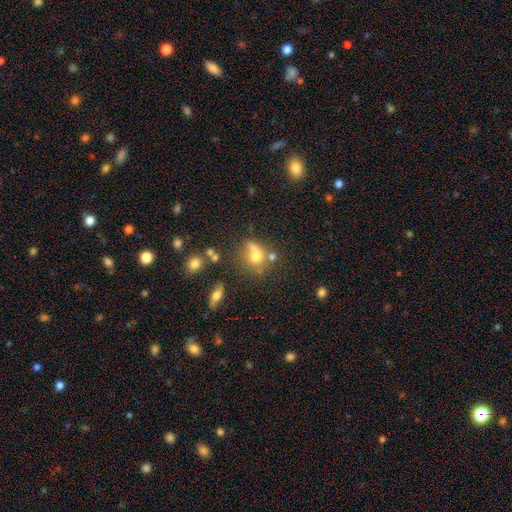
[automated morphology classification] This appears to be a smooth galaxy with no disk features (65%) that is round (67%). Merging: none (38%).